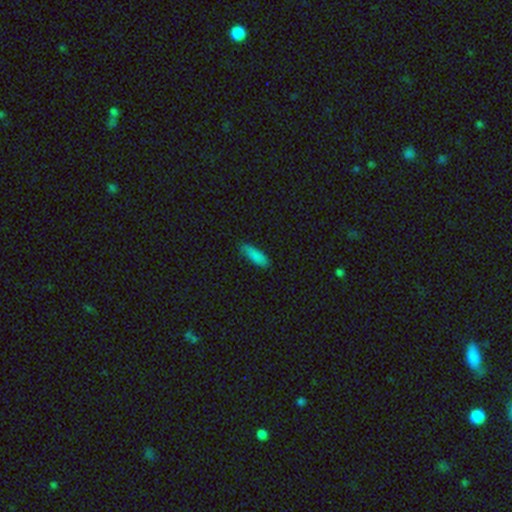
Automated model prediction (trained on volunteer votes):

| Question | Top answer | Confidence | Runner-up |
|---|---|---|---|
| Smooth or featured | smooth | 86% | star or artifact (8%) |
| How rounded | in between | 57% | cigar-shaped (42%) |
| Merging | none | 76% | minor disturbance (20%) |